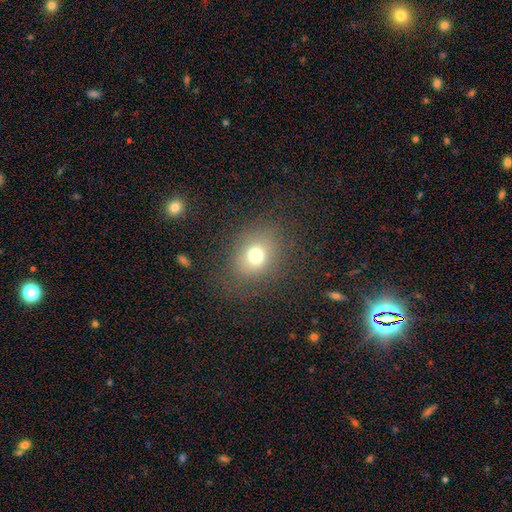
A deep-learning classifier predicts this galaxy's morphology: smooth-or-featured: smooth: 71% | star or artifact: 16% | featured or disk: 12%
  how-rounded: round: 59% | in between: 40% | cigar-shaped: 1%
  merging: none: 75% | minor disturbance: 14% | major disturbance: 9% | merger: 2%